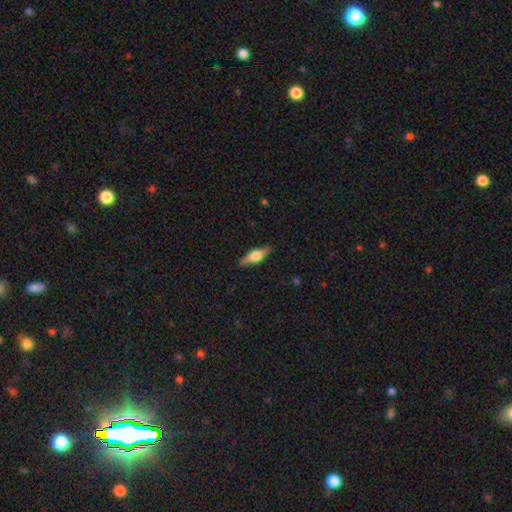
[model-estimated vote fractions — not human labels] Smooth or featured? Predicted: featured or disk (p=0.58). Edge-on disk? Predicted: yes (p=0.95). Edge-on bulge? Predicted: rounded (p=0.90). Merging? Predicted: none (p=0.88).